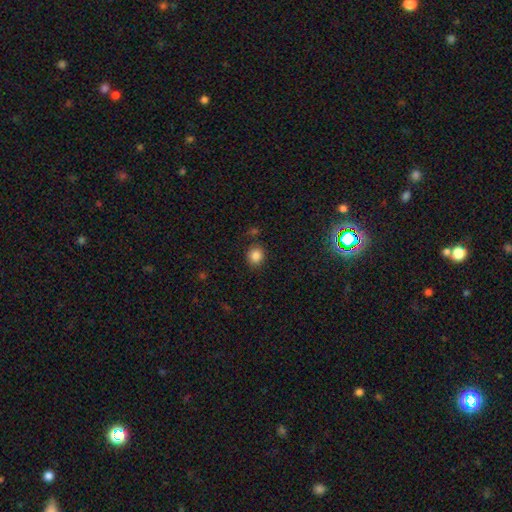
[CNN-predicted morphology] This is clearly a smooth galaxy (85%). How rounded: clearly round (83%). Merging: clearly none (82%).